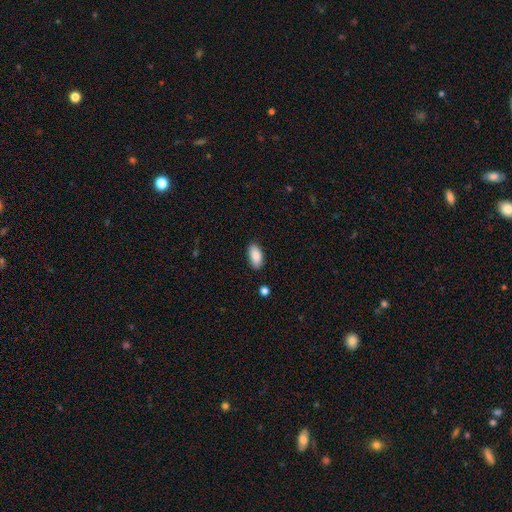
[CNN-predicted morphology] Overall: smooth (88%). How rounded: in between (92%). Merging: none (86%).